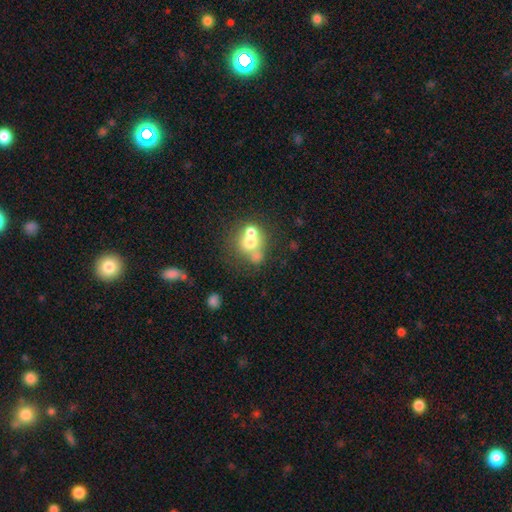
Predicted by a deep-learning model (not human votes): A smooth galaxy with no disk features (60%) that is round (74%). Merging: merger (56%).